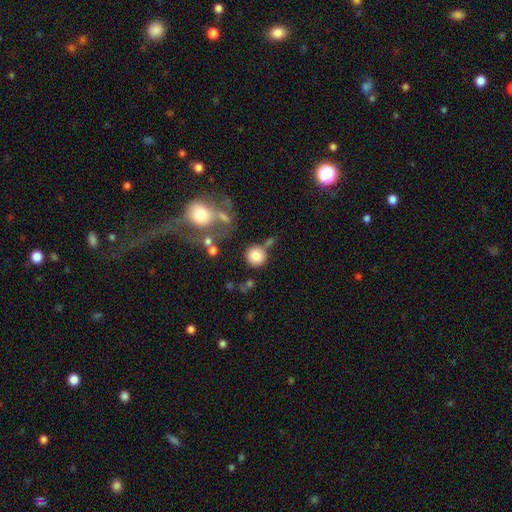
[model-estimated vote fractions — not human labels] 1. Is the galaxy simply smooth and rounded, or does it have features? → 82% smooth, 9% star or artifact, 9% featured or disk.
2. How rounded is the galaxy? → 92% round, 7% in between, 1% cigar-shaped.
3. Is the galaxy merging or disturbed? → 70% none, 13% merger, 11% minor disturbance, 5% major disturbance.